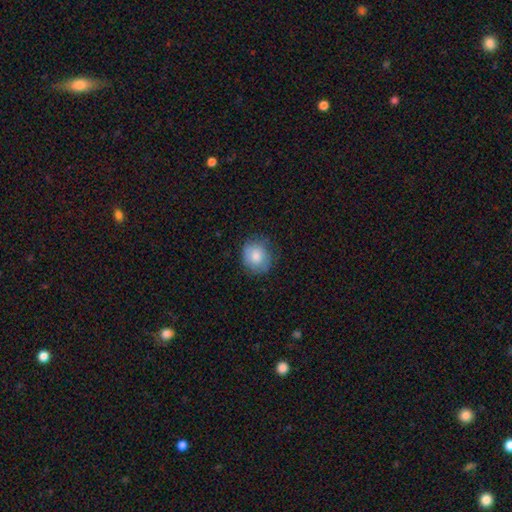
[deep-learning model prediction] A smooth galaxy with no disk features (81%) that is round (79%). Merging: none (76%).